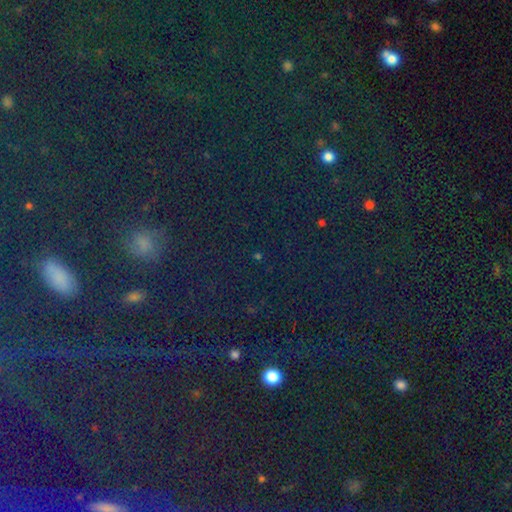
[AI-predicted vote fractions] This appears to be a star or artifact, not a galaxy (72%).